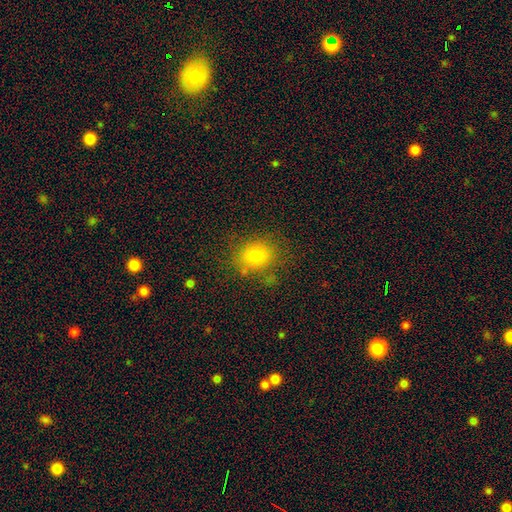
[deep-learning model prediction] Morphology: type=smooth (76%); roundness=round (65%); merging=none (75%).